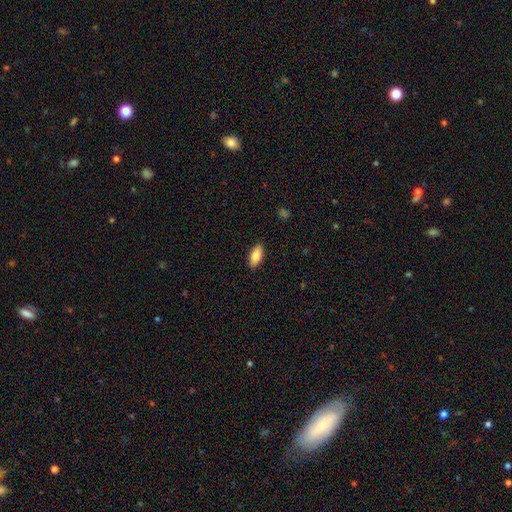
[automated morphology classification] Smooth or featured?
  - smooth: 78% *
  - featured or disk: 15%
  - star or artifact: 6%
How rounded?
  - in between: 83% *
  - cigar-shaped: 15%
  - round: 2%
Merging?
  - none: 89% *
  - minor disturbance: 8%
  - major disturbance: 2%
  - merger: 1%